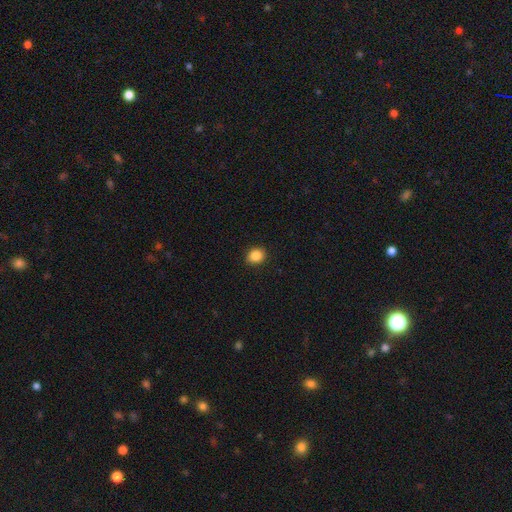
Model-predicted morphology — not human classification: smooth 87%, star or artifact 9%, featured or disk 4%. Down the decision tree: how rounded — round (66%); merging — none (89%).